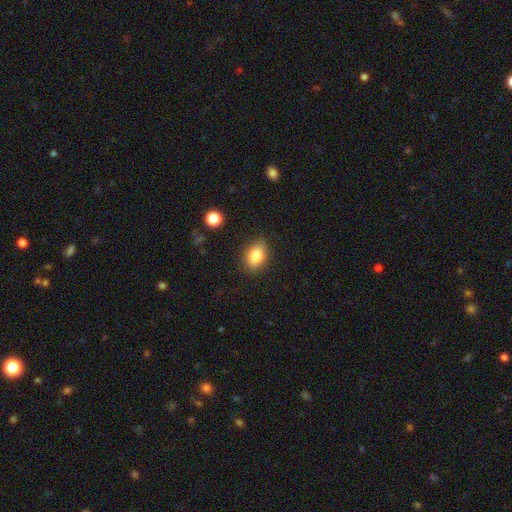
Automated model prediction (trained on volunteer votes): A smooth galaxy with no disk features (85%) that is in between round and cigar-shaped (83%). Merging: none (83%).